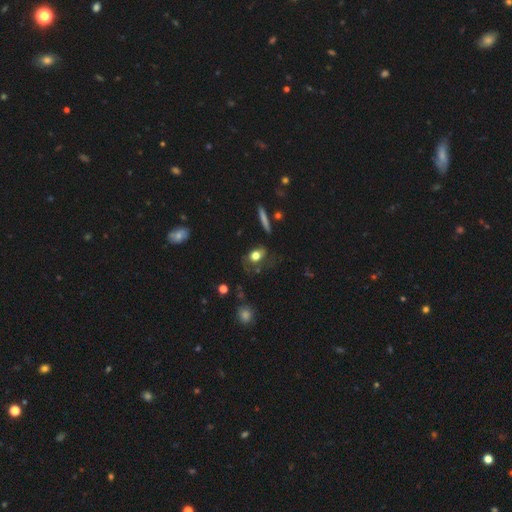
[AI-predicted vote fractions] This appears to be a smooth galaxy with no disk features (65%) that is in between round and cigar-shaped (59%). Merging: none (52%).